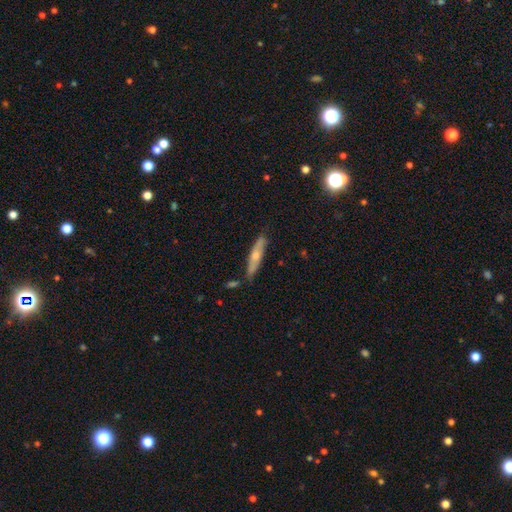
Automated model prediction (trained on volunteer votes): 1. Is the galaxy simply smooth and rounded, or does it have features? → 47% smooth (tied), 47% featured or disk (tied), 6% star or artifact.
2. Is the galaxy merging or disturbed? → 77% none, 17% minor disturbance, 3% merger, 3% major disturbance.